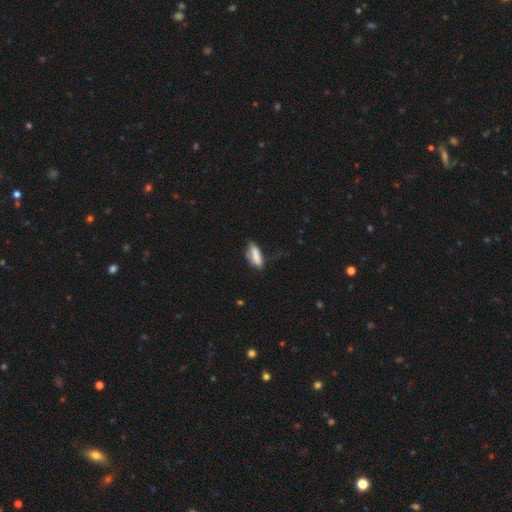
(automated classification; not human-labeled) smooth 78%, featured or disk 15%, star or artifact 8%. Down the decision tree: how rounded — in between (57%); merging — none (50%).